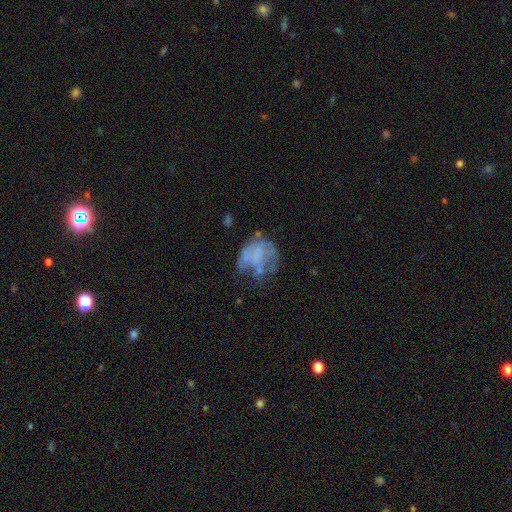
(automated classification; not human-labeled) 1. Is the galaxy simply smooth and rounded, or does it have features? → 53% featured or disk, 34% smooth, 13% star or artifact.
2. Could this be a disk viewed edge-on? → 98% no, 2% yes.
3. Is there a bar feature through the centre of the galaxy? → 86% no, 11% weak, 3% strong.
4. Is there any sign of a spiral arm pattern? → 85% no, 15% yes.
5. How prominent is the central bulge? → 74% none, 13% small, 9% moderate, 3% large, 1% dominant.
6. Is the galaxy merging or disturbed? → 38% none, 32% major disturbance, 23% minor disturbance, 7% merger.